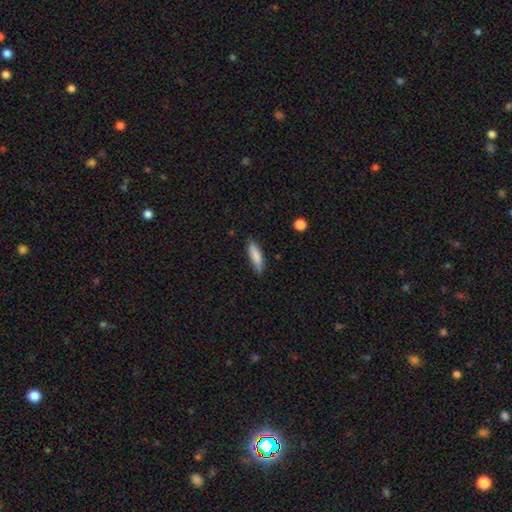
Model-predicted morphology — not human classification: Smooth or featured: smooth — 83% (featured or disk — 11%)
How rounded: cigar-shaped — 58% (in between — 41%)
Merging: none — 78% (minor disturbance — 17%)